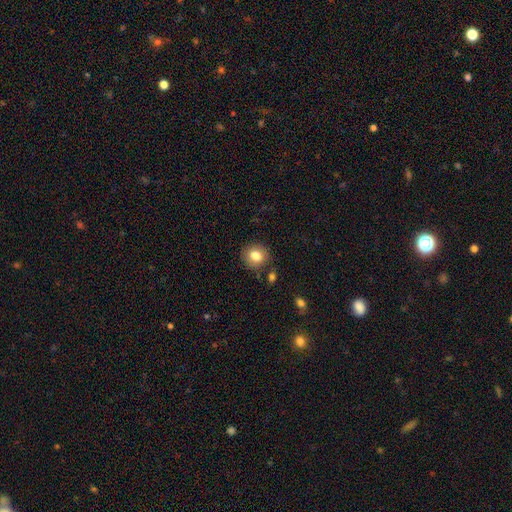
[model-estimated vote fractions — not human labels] Morphology: type=smooth (82%); roundness=round (79%); merging=none (85%).